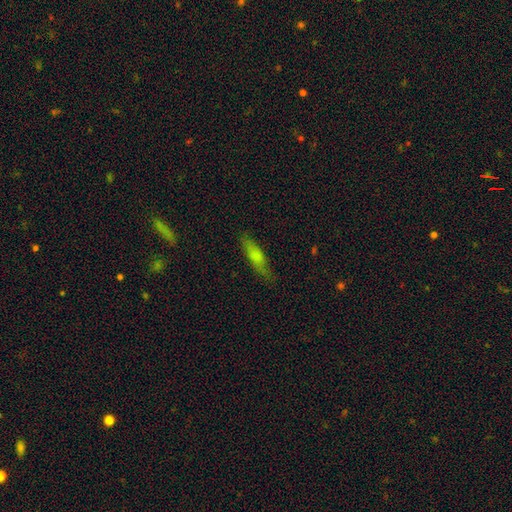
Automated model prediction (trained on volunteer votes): Morphology: type=smooth (72%); roundness=cigar-shaped (58%); merging=none (76%).